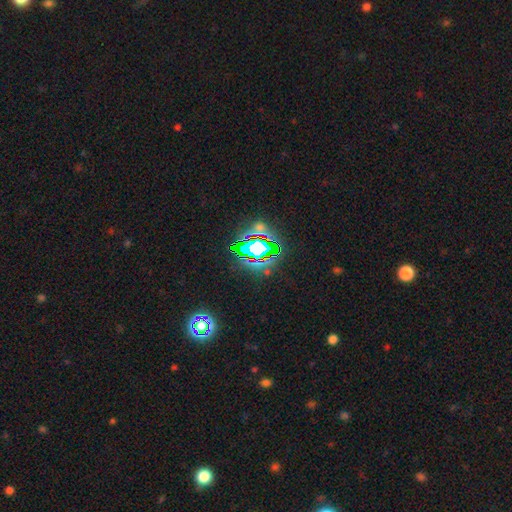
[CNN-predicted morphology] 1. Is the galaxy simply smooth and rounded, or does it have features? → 69% star or artifact, 17% smooth, 14% featured or disk.